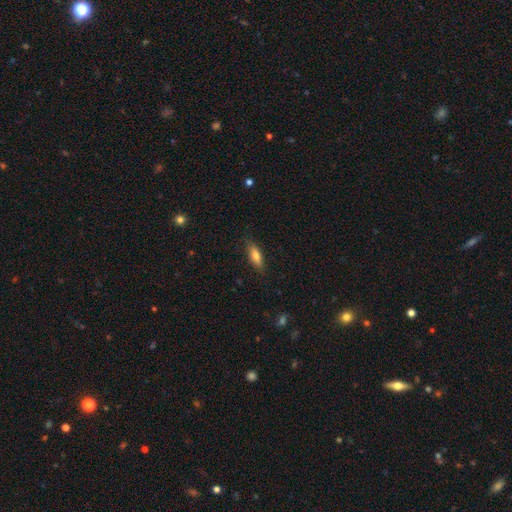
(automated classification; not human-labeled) Overall: smooth (72%). How rounded: in between (59%; cigar-shaped 39%). Merging: none (83%).